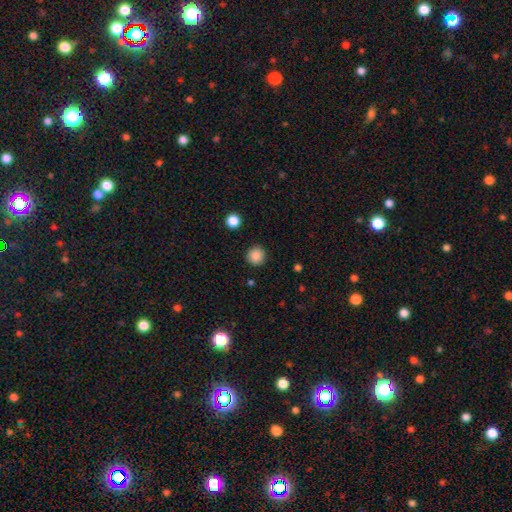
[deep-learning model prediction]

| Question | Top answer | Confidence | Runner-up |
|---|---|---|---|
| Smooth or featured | smooth | 87% | star or artifact (10%) |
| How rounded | round | 95% | in between (4%) |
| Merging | none | 91% | minor disturbance (6%) |